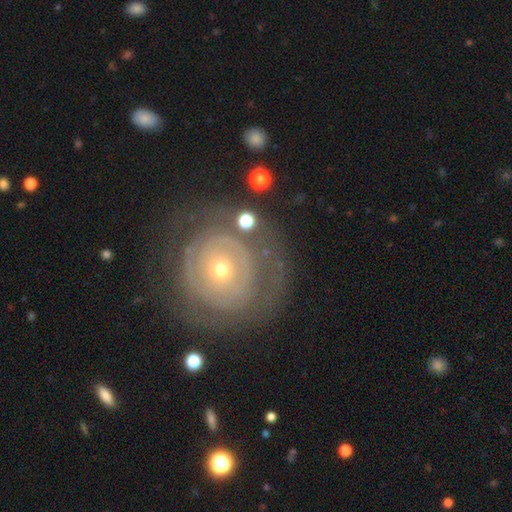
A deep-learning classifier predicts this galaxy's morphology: type=featured or disk (69%); edge-on=no (96%); bar=no (83%); spiral arms=yes (64%); bulge=small (59%); merging=none (74%).